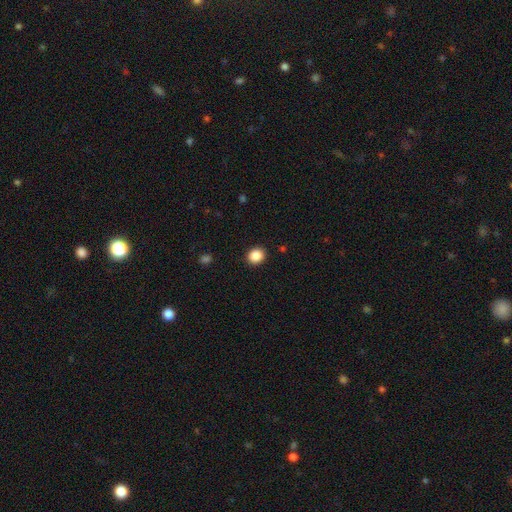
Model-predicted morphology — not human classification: This appears to be a smooth galaxy with no disk features (88%) that is round (69%). Merging: none (91%).